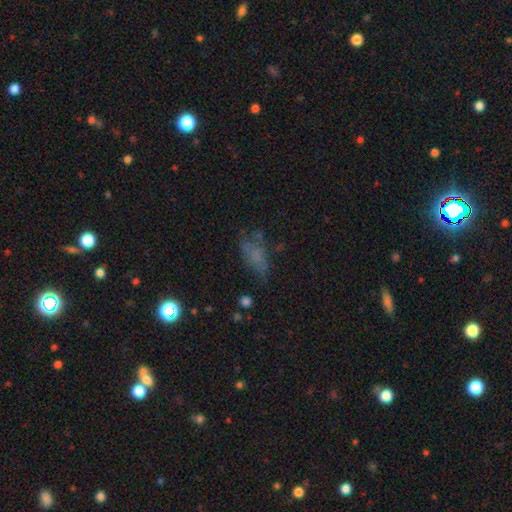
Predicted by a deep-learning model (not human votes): Q: Smooth or featured?
A: smooth (55%); runner-up: featured or disk (25%)
Q: How rounded?
A: in between (78%); runner-up: cigar-shaped (14%)
Q: Merging?
A: none (49%); runner-up: minor disturbance (25%)